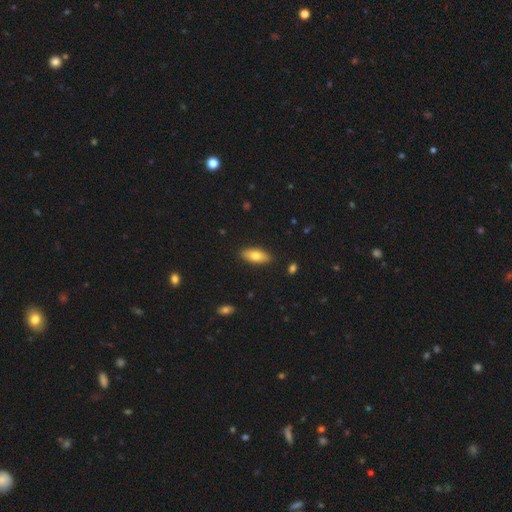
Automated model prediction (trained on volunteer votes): This appears to be a smooth galaxy with no disk features (74%) that is in between round and cigar-shaped (78%). Merging: none (88%).